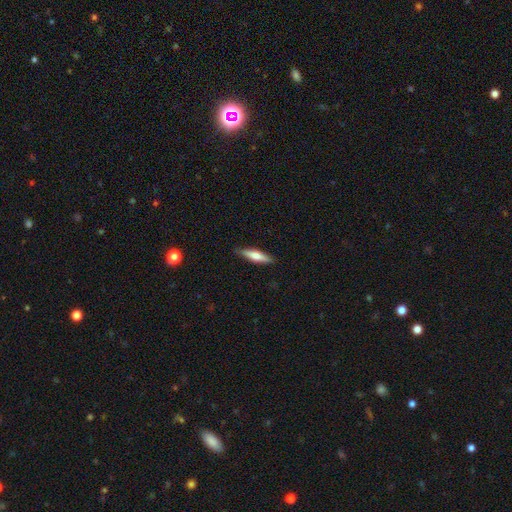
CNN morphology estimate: smooth 62%, featured or disk 32%, star or artifact 6%. Down the decision tree: how rounded — cigar-shaped (76%); merging — none (88%).